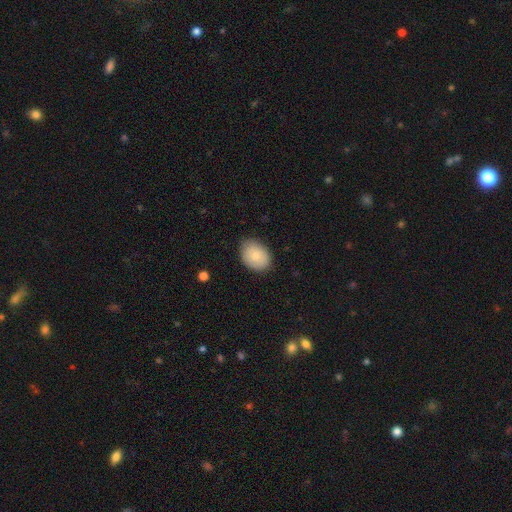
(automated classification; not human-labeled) Smooth or featured?
  - smooth: 81% *
  - featured or disk: 12%
  - star or artifact: 7%
How rounded?
  - in between: 73% *
  - round: 27%
  - cigar-shaped: 1%
Merging?
  - none: 80% *
  - minor disturbance: 16%
  - major disturbance: 3%
  - merger: 1%